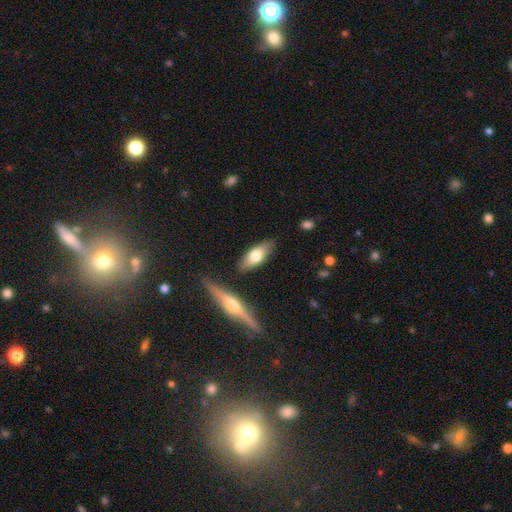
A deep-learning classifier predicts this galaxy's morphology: Smooth or featured?
  - smooth: 64% *
  - featured or disk: 30%
  - star or artifact: 6%
How rounded?
  - in between: 69% *
  - cigar-shaped: 28%
  - round: 3%
Merging?
  - none: 81% *
  - minor disturbance: 12%
  - merger: 4%
  - major disturbance: 3%